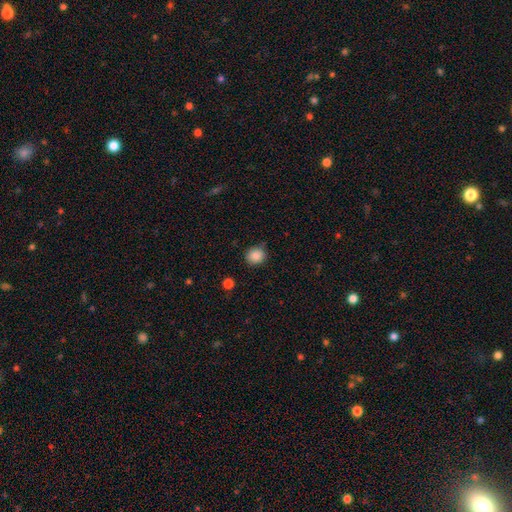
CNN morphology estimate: A smooth galaxy with no disk features (87%) that is round (81%). Merging: none (83%).